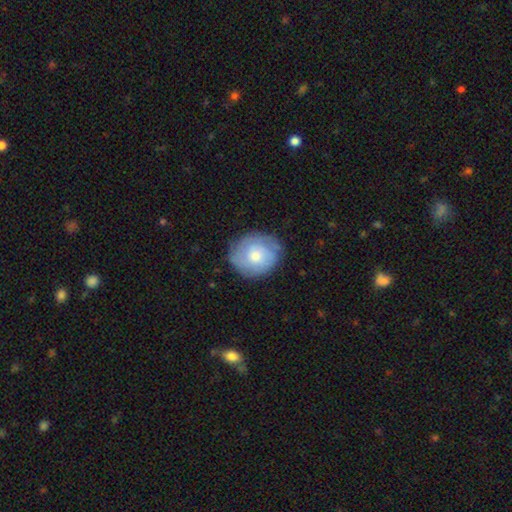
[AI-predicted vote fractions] This appears to be a smooth galaxy with no disk features (50%) that is round (71%). Merging: none (71%).